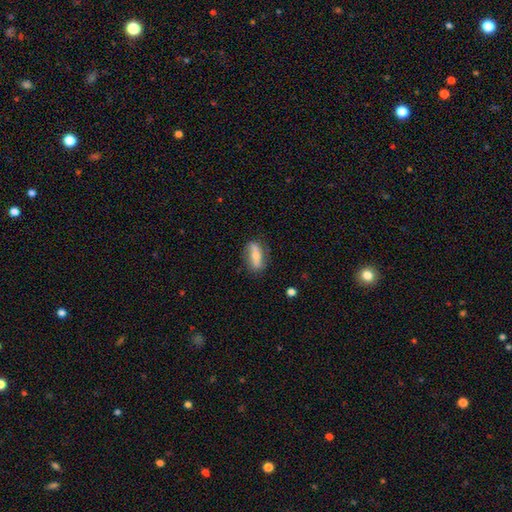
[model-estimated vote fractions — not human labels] This is possibly a smooth galaxy (49%). Merging: likely none (78%).